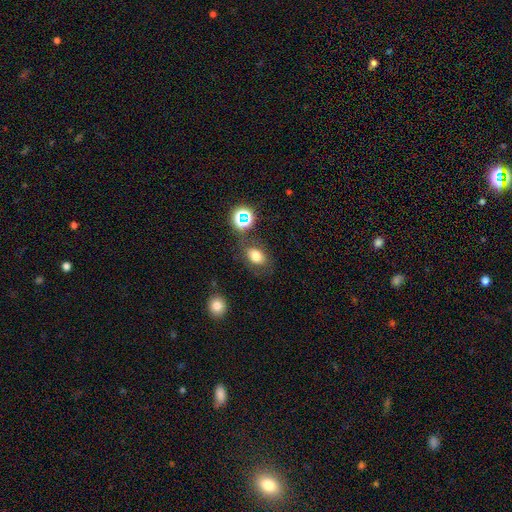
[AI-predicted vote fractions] smooth-or-featured: smooth: 72% | star or artifact: 15% | featured or disk: 13%
  how-rounded: in between: 74% | round: 25% | cigar-shaped: 1%
  merging: none: 68% | minor disturbance: 17% | merger: 8% | major disturbance: 8%